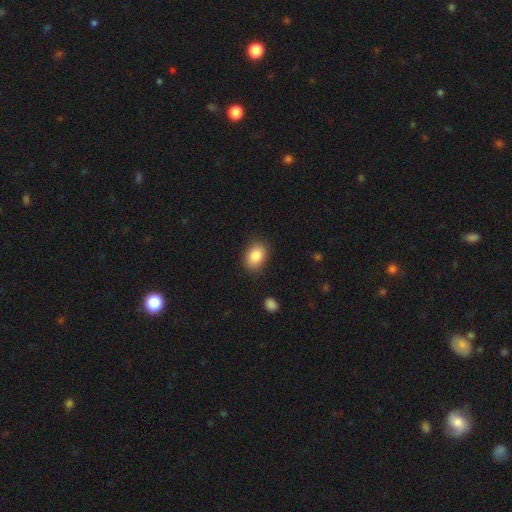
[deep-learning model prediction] Smooth or featured?
  - smooth: 86% *
  - star or artifact: 8%
  - featured or disk: 6%
How rounded?
  - in between: 78% *
  - round: 21%
  - cigar-shaped: 1%
Merging?
  - none: 85% *
  - minor disturbance: 11%
  - major disturbance: 3%
  - merger: 2%